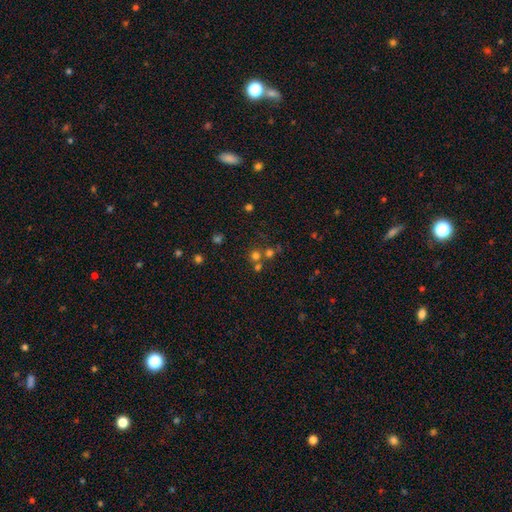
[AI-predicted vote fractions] A smooth galaxy with no disk features (61%) that is round (90%).

Vote fractions:
- Smooth or featured? smooth: 61% / star or artifact: 28% / featured or disk: 11%
- How rounded? round: 90% / in between: 9% / cigar-shaped: 1%
- Merging? none: 58% / merger: 32% / minor disturbance: 6% / major disturbance: 3%